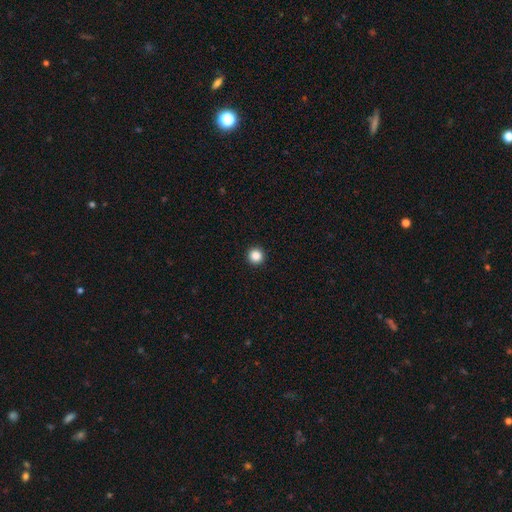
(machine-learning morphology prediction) smooth-or-featured: smooth: 87% | star or artifact: 10% | featured or disk: 3%
  how-rounded: round: 97% | in between: 3% | cigar-shaped: 1%
  merging: none: 94% | minor disturbance: 4% | major disturbance: 1% | merger: 1%